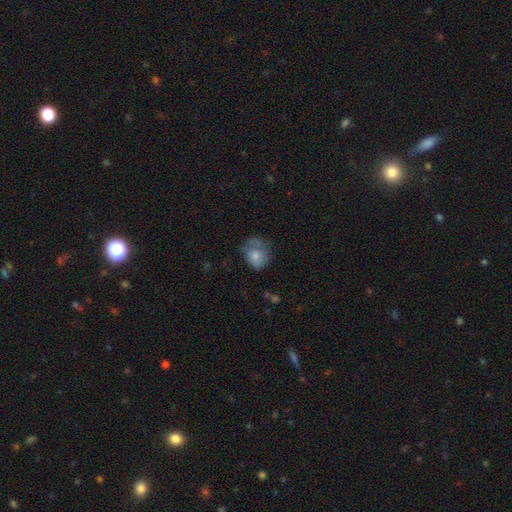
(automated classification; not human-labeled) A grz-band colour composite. It shows a smooth galaxy with no disk features (70%) that is in between round and cigar-shaped (52%). Merging: none (41%).